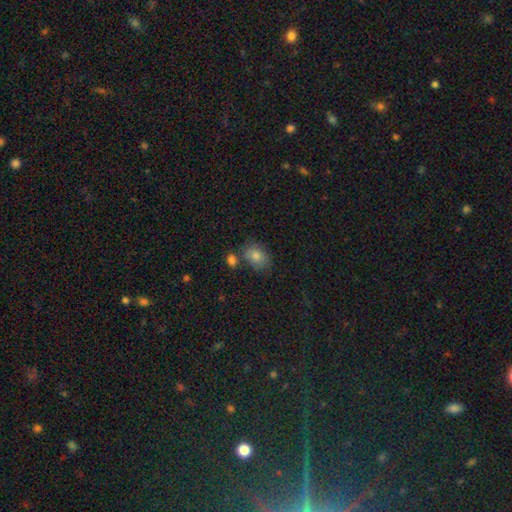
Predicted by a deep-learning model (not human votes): This appears to be a smooth galaxy with no disk features (79%) that is in between round and cigar-shaped (68%). Merging: none (67%).